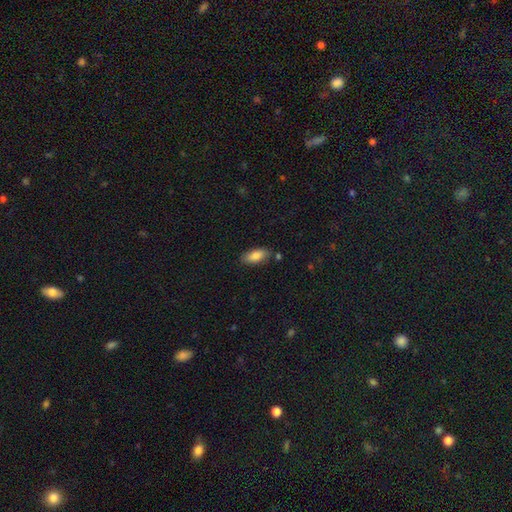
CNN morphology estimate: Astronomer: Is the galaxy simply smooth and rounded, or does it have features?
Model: smooth — 84%.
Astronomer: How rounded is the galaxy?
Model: in between — 86%.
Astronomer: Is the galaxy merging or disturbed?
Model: none — 80%.